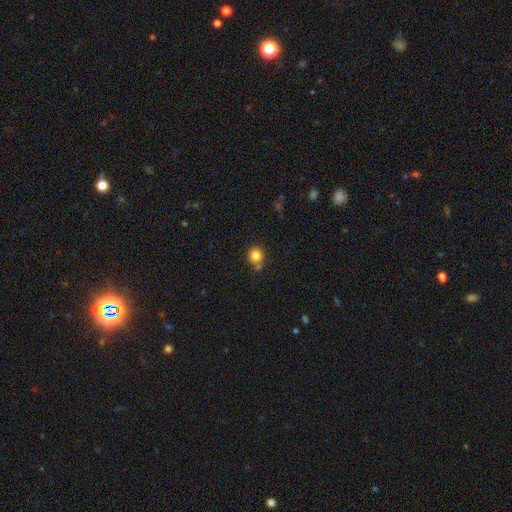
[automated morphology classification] This appears to be a smooth galaxy with no disk features (83%) that is round (88%). Merging: none (70%).